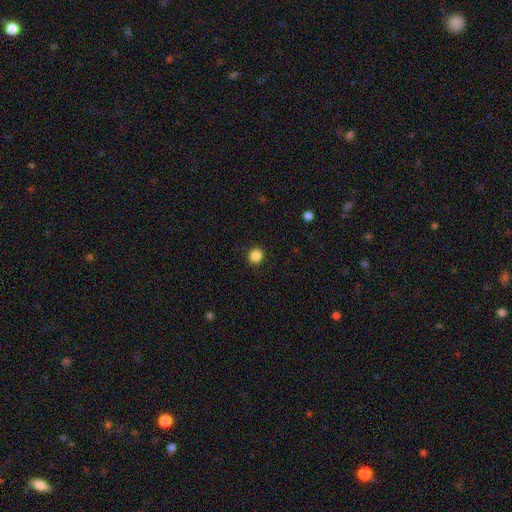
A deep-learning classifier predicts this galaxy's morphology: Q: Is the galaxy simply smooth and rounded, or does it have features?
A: smooth — 86%.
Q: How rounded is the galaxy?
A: round — 79%.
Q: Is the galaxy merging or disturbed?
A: none — 91%.